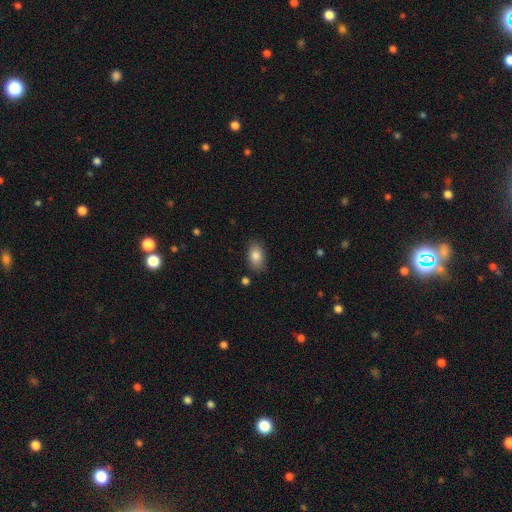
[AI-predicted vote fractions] Smooth or featured?
  - smooth: 84% *
  - featured or disk: 8%
  - star or artifact: 8%
How rounded?
  - in between: 90% *
  - round: 8%
  - cigar-shaped: 2%
Merging?
  - none: 83% *
  - minor disturbance: 12%
  - major disturbance: 3%
  - merger: 2%